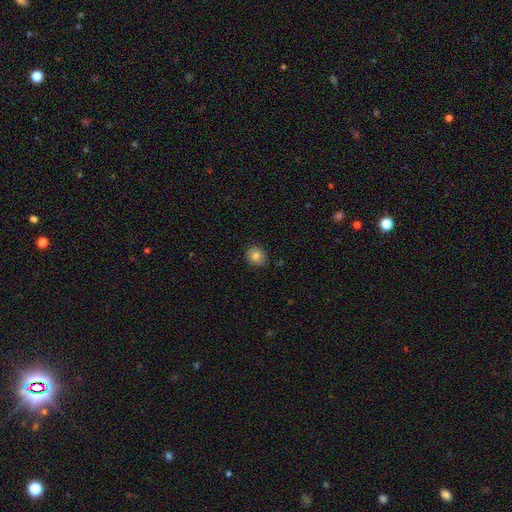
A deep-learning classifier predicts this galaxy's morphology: Smooth or featured? Predicted: smooth (p=0.80). How rounded? Predicted: round (p=0.74). Merging? Predicted: none (p=0.83).